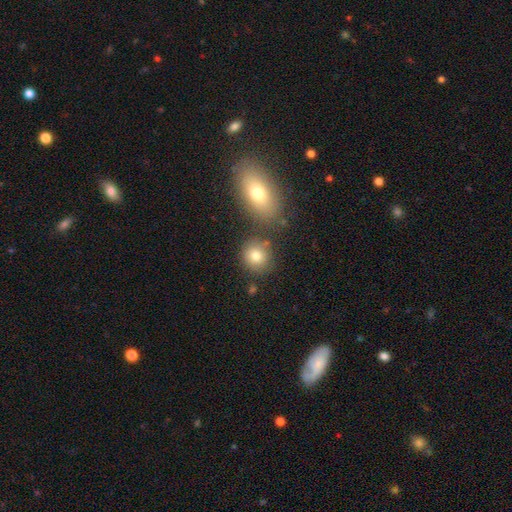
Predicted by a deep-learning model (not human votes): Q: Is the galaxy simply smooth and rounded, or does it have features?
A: smooth — 80%.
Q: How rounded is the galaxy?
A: round — 85%.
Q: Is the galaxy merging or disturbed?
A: none — 73%.